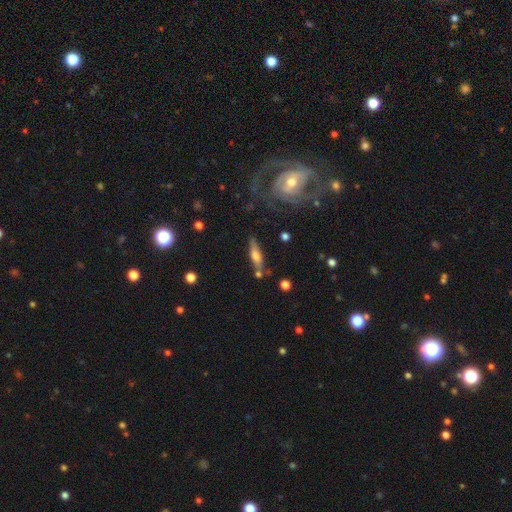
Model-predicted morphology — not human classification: This is possibly a smooth galaxy (51%). How rounded: likely cigar-shaped (64%). Merging: likely none (70%).